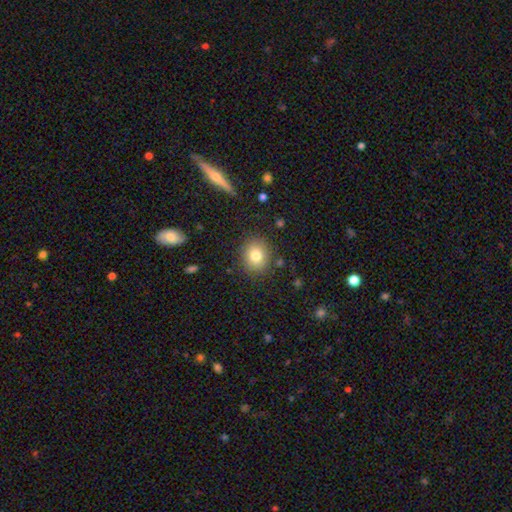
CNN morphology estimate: smooth-or-featured: smooth: 79% | star or artifact: 11% | featured or disk: 10%
  how-rounded: round: 73% | in between: 26% | cigar-shaped: 1%
  merging: none: 86% | minor disturbance: 9% | major disturbance: 3% | merger: 2%